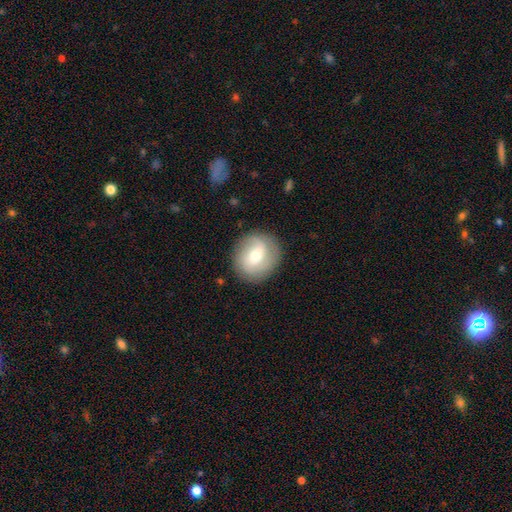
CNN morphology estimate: Smooth or featured? smooth (51%)
How rounded? round (87%)
Merging? none (86%)